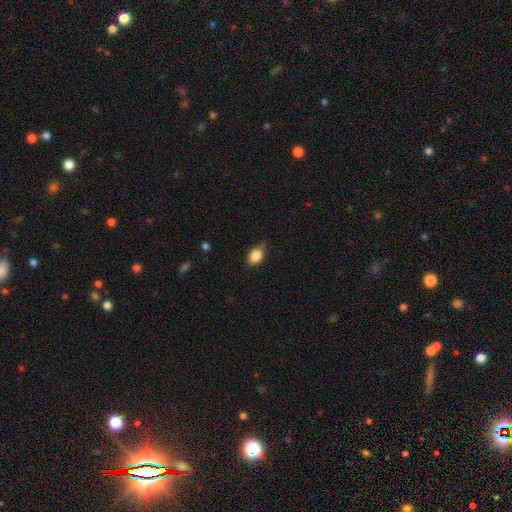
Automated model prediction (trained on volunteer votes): The model was most divided on "merging": none: 68%, minor disturbance: 26%, major disturbance: 4%, merger: 1%. More confident: smooth or featured — smooth (85%); how rounded — in between (77%).